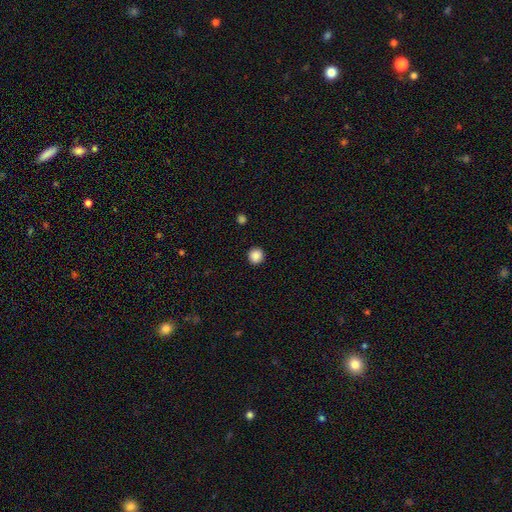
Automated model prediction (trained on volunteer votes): smooth 88%, star or artifact 10%, featured or disk 3%. Down the decision tree: how rounded — round (94%); merging — none (92%).